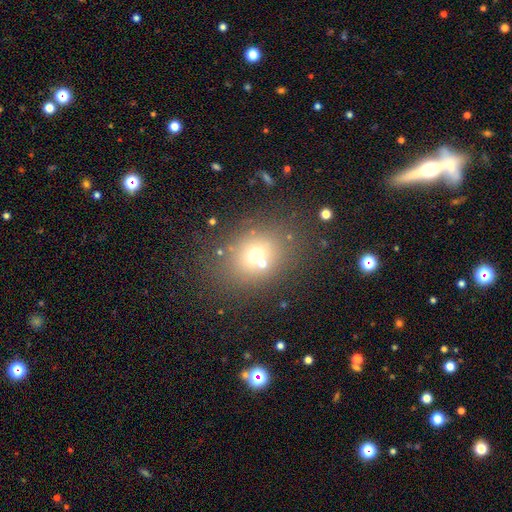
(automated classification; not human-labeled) smooth_or_featured: smooth (p=0.64) [alt: star or artifact p=0.19]
how_rounded: round (p=0.55) [alt: in between p=0.44]
merging: none (p=0.65) [alt: merger p=0.18]